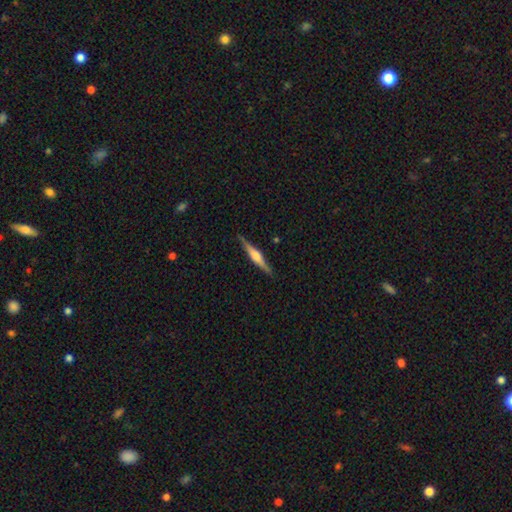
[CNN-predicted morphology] Smooth or featured?
  - featured or disk: 71% *
  - smooth: 24%
  - star or artifact: 5%
Edge-on disk?
  - yes: 98% *
  - no: 2%
Edge-on bulge?
  - rounded: 80% *
  - boxy: 15%
  - none: 5%
Merging?
  - none: 88% *
  - minor disturbance: 9%
  - major disturbance: 2%
  - merger: 1%